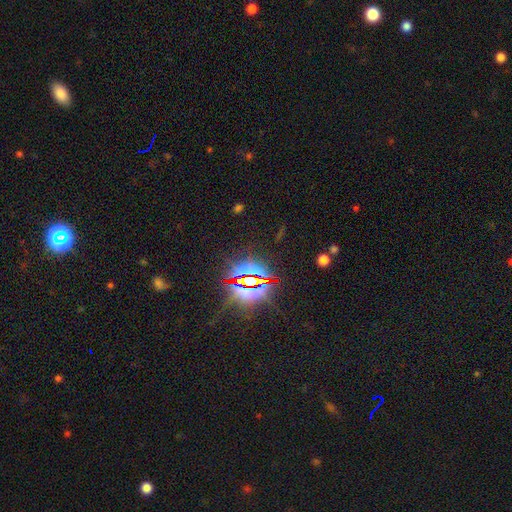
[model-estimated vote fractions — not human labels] smooth_or_featured: star or artifact (p=0.84) [alt: smooth p=0.09]